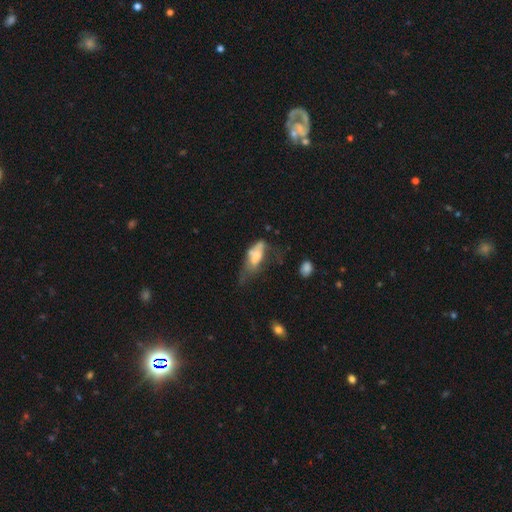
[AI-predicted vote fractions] The model was most divided on "smooth or featured": smooth: 54%, featured or disk: 38%, star or artifact: 9%. Remaining: how rounded — in between (78%); merging — major disturbance (42%).